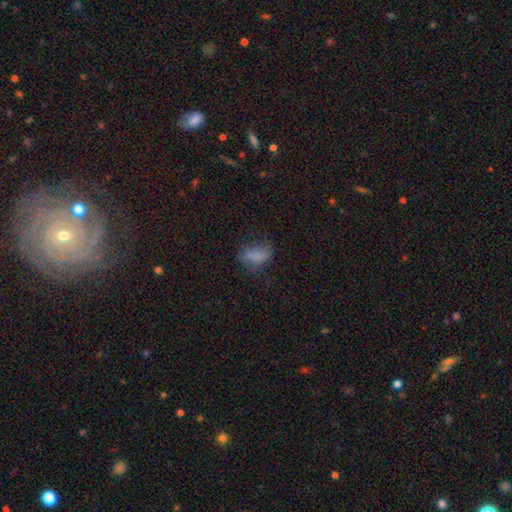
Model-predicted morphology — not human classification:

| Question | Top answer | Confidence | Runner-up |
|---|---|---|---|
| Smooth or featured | smooth | 69% | featured or disk (18%) |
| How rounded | in between | 84% | cigar-shaped (8%) |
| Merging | none | 50% | minor disturbance (28%) |